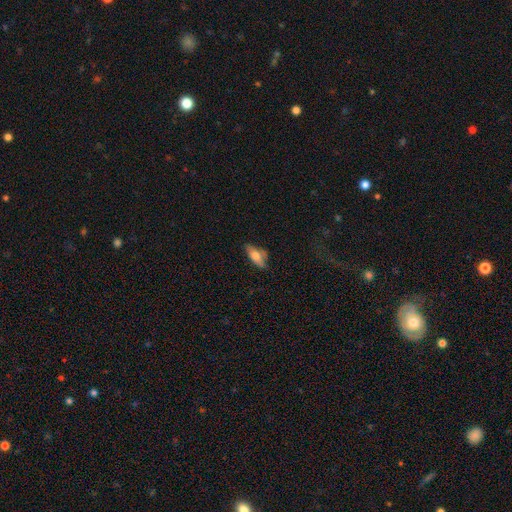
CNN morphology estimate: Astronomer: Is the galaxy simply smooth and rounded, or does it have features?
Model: smooth — 65%.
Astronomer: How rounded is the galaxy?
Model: in between — 75%.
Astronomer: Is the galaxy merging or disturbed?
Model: none — 56%.